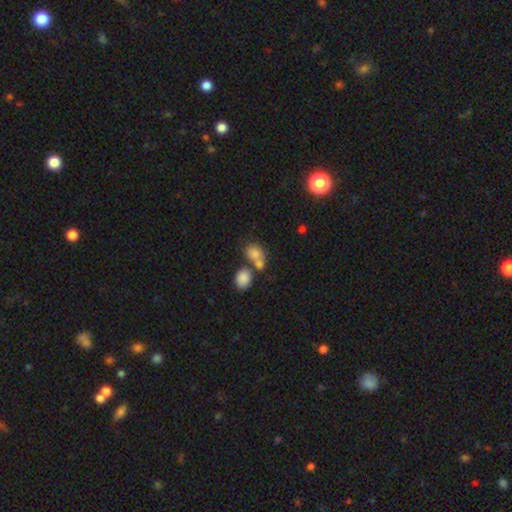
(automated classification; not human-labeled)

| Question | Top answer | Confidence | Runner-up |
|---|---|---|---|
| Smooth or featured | smooth | 80% | star or artifact (10%) |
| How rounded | in between | 51% | round (47%) |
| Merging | merger | 53% | none (33%) |